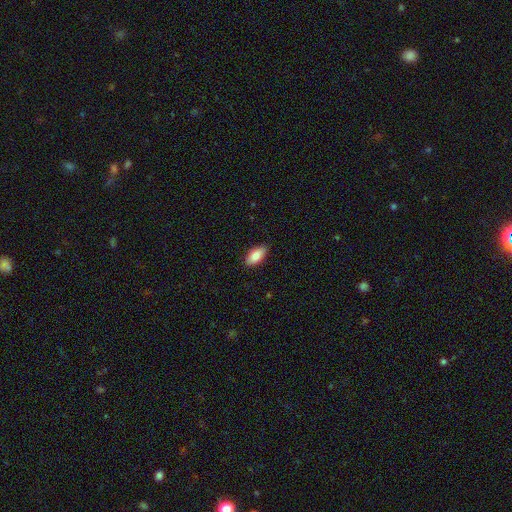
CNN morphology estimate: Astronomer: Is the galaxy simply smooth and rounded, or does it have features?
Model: smooth — 84%.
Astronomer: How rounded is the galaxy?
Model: in between — 90%.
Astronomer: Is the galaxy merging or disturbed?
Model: none — 86%.